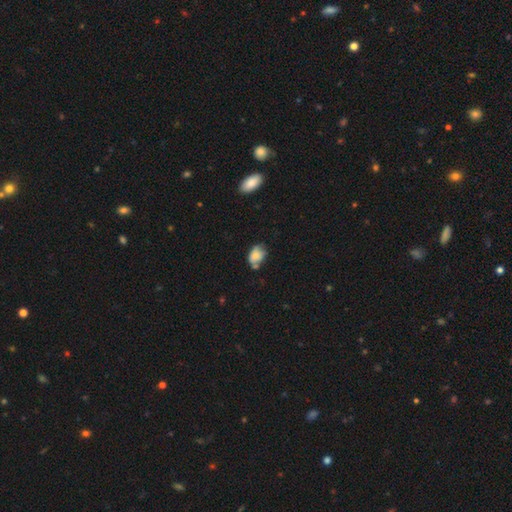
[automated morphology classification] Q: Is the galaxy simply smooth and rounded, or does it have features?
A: smooth — 67%.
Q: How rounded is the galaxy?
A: in between — 78%.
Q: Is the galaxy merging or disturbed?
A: none — 43%.